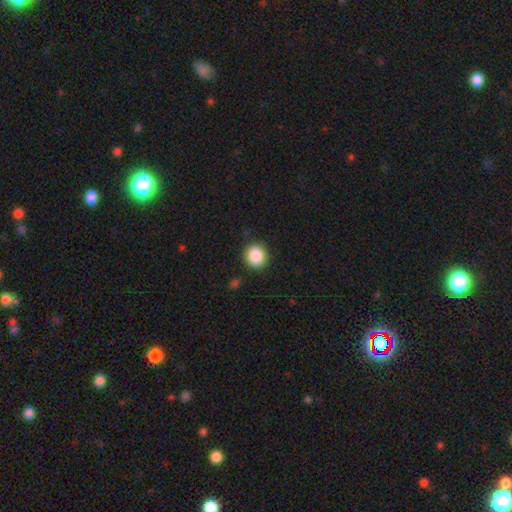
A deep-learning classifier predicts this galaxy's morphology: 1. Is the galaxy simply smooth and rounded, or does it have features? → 87% smooth, 9% star or artifact, 4% featured or disk.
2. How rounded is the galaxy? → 89% round, 10% in between, 1% cigar-shaped.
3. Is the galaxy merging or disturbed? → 89% none, 7% minor disturbance, 2% major disturbance, 1% merger.